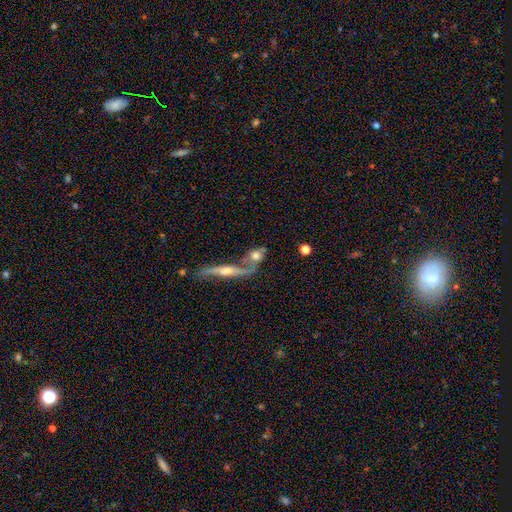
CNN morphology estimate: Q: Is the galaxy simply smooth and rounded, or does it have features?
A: smooth — 51%.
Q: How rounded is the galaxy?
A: in between — 44%.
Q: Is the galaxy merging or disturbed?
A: merger — 46%.